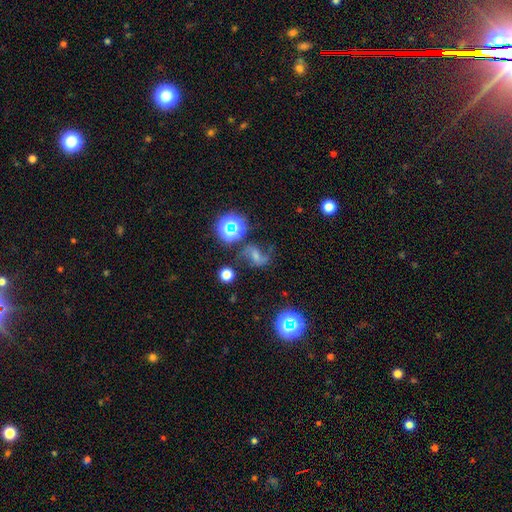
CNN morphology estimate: Q: Smooth or featured?
A: featured or disk (64%); runner-up: star or artifact (21%)
Q: Edge-on disk?
A: no (97%); runner-up: yes (3%)
Q: Bar?
A: weak (42%); runner-up: no (31%)
Q: Spiral arms?
A: yes (94%); runner-up: no (6%)
Q: Spiral winding?
A: loose (62%); runner-up: medium (31%)
Q: Spiral arm count?
A: 2 (88%); runner-up: 1 (5%)
Q: Bulge size?
A: small (39%); runner-up: moderate (36%)
Q: Merging?
A: none (66%); runner-up: minor disturbance (17%)